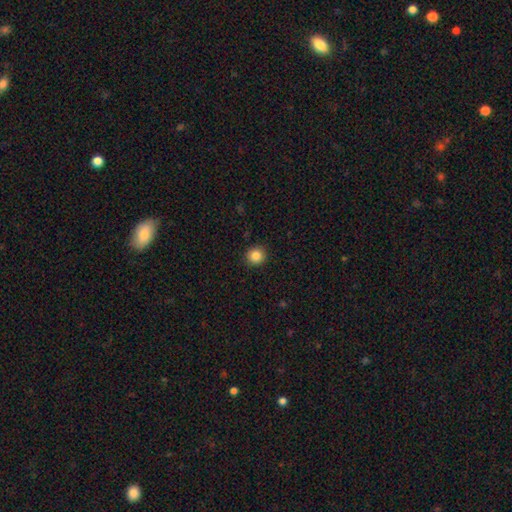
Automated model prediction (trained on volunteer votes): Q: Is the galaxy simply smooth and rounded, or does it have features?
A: smooth — 86%.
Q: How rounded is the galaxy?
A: round — 93%.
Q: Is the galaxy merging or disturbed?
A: none — 92%.